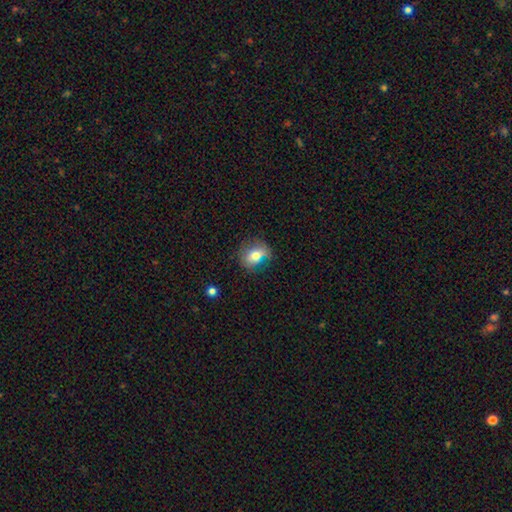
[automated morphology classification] smooth 72%, featured or disk 19%, star or artifact 9%. Down the decision tree: how rounded — round (49%, tied with in between); merging — none (64%).